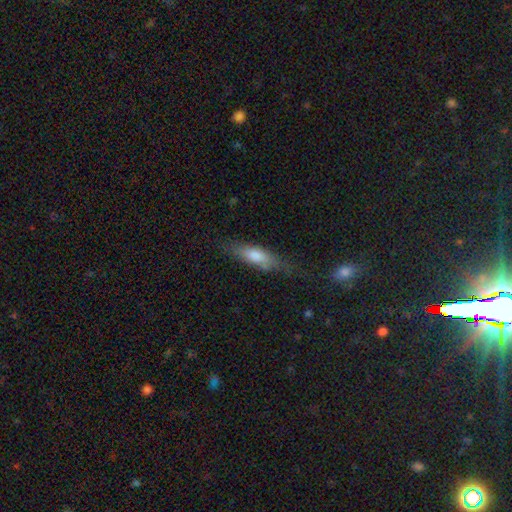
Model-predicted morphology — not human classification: Smooth or featured: smooth — 69% (featured or disk — 24%)
How rounded: cigar-shaped — 53% (in between — 45%)
Merging: none — 61% (minor disturbance — 26%)